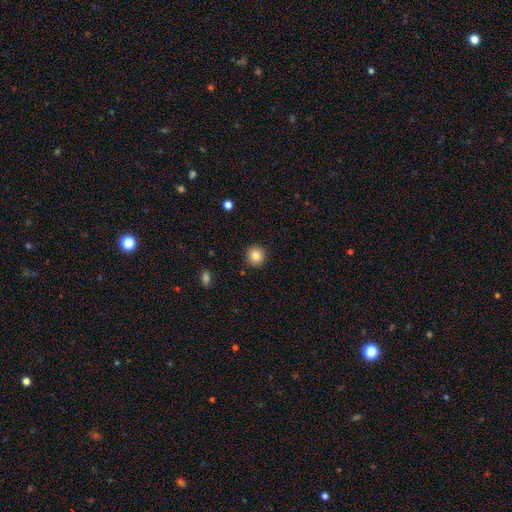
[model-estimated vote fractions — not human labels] The model was most divided on "smooth or featured": smooth: 84%, star or artifact: 10%, featured or disk: 6%. More confident: how rounded — round (93%); merging — none (92%).